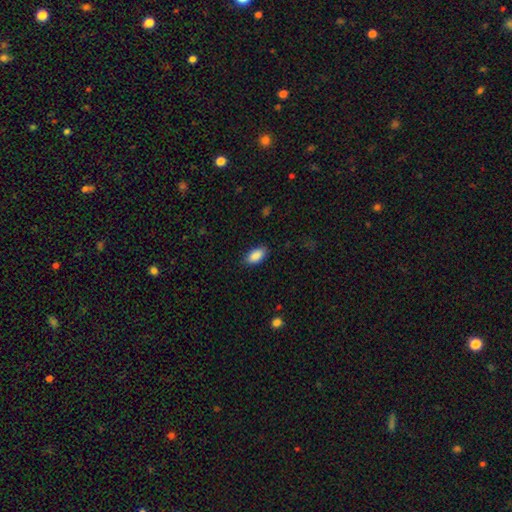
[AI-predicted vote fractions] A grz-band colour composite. It shows a smooth galaxy with no disk features (90%) that is in between round and cigar-shaped (93%). Merging: none (87%).